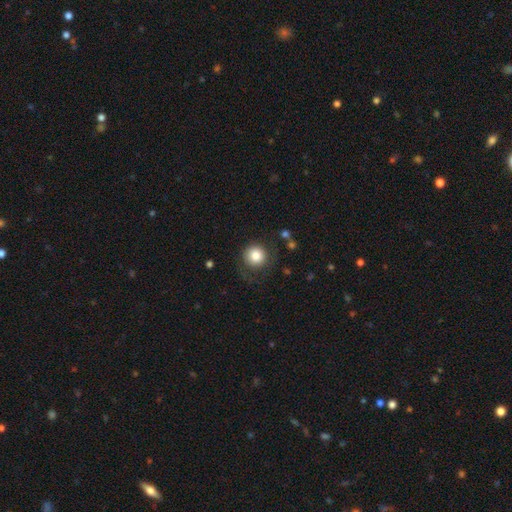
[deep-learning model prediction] Smooth or featured?
  - smooth: 83% *
  - star or artifact: 9%
  - featured or disk: 8%
How rounded?
  - round: 94% *
  - in between: 5%
  - cigar-shaped: 1%
Merging?
  - none: 76% *
  - minor disturbance: 13%
  - major disturbance: 9%
  - merger: 2%